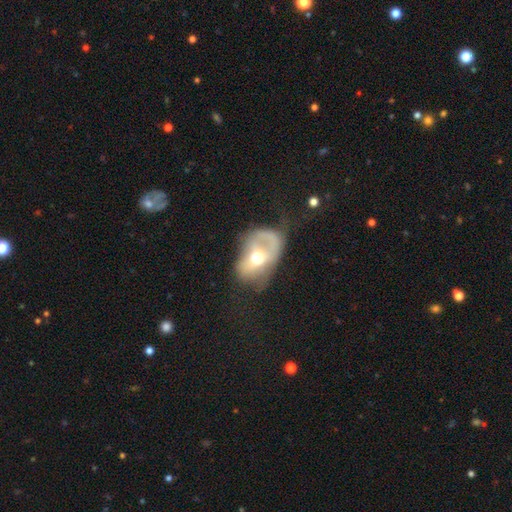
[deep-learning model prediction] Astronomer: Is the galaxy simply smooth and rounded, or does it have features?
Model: featured or disk — 54% (runner-up: smooth, 38%).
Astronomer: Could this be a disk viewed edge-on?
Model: no — 95%.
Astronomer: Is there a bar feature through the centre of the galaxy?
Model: no — 71%.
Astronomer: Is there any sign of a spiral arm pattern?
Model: no — 63%.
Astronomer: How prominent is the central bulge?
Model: moderate — 73%.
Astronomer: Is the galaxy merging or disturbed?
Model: major disturbance — 43% (runner-up: minor disturbance, 26%).